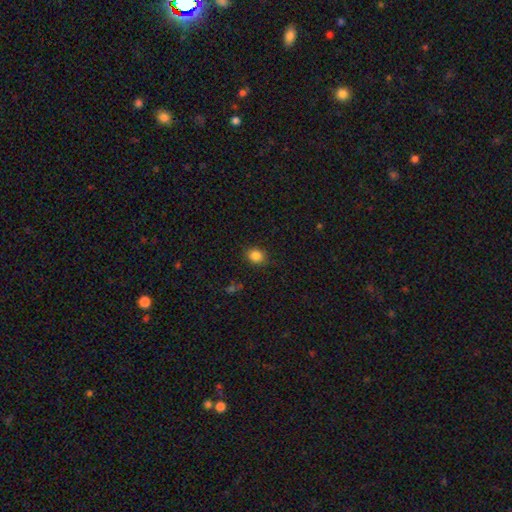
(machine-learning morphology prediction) This is clearly a smooth galaxy (85%). How rounded: likely round (66%). Merging: clearly none (87%).